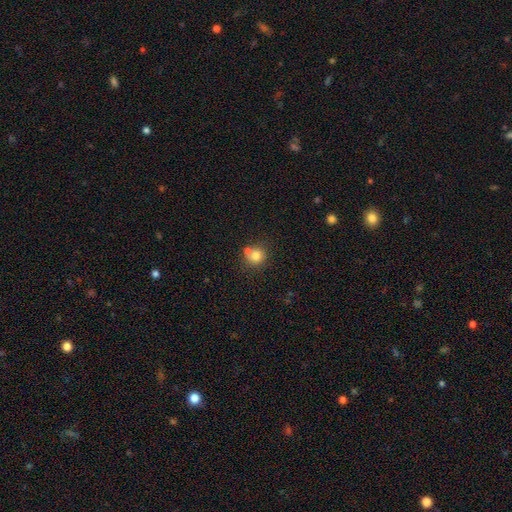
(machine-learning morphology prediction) type=smooth (77%); roundness=round (90%); merging=none (60%).